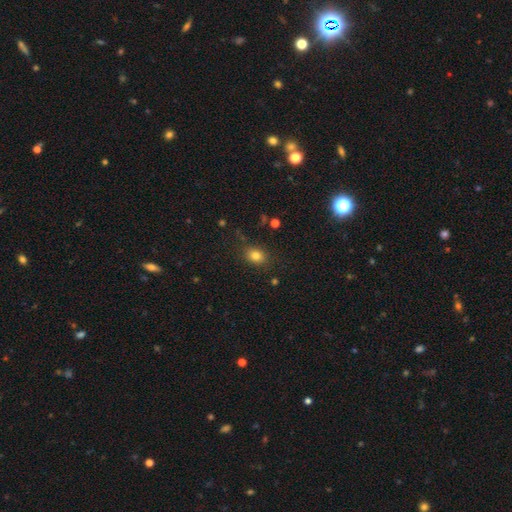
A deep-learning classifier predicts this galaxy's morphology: smooth 81%, star or artifact 12%, featured or disk 7%. Down the decision tree: how rounded — in between (54%); merging — none (83%).